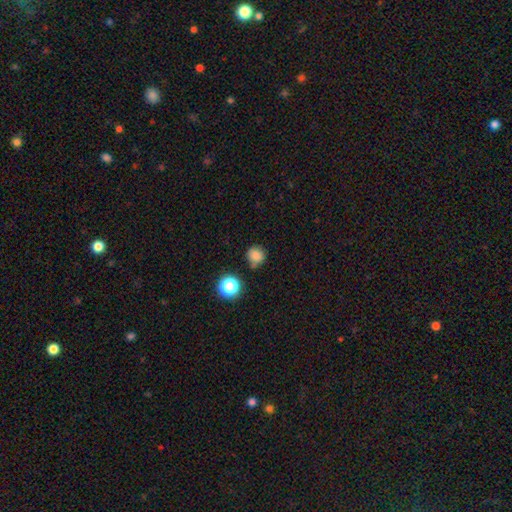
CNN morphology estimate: Overall: smooth (80%). How rounded: round (89%). Merging: none (74%).